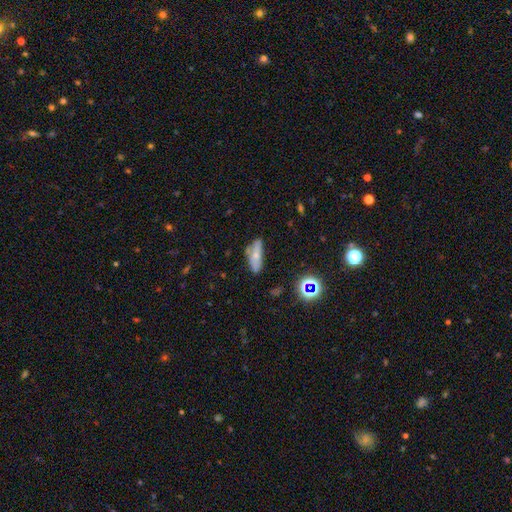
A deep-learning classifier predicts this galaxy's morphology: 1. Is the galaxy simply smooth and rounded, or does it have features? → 63% smooth, 25% featured or disk, 12% star or artifact.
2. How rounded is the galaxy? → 67% in between, 30% cigar-shaped, 4% round.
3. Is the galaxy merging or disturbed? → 57% none, 28% minor disturbance, 8% major disturbance, 7% merger.